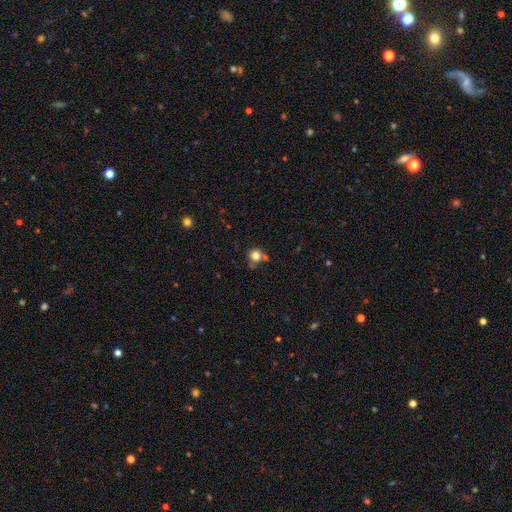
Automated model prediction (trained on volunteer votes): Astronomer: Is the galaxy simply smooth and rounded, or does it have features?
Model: smooth — 79%.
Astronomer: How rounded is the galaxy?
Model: round — 87%.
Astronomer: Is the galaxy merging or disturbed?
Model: none — 61%.